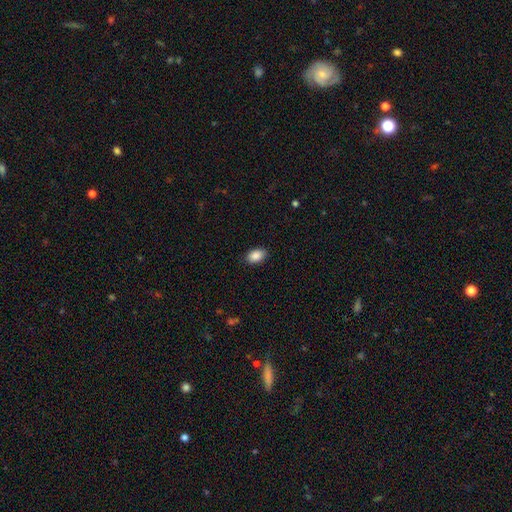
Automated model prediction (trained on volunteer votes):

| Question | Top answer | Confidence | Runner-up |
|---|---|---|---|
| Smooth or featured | smooth | 89% | star or artifact (8%) |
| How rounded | in between | 88% | round (10%) |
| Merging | none | 88% | minor disturbance (9%) |